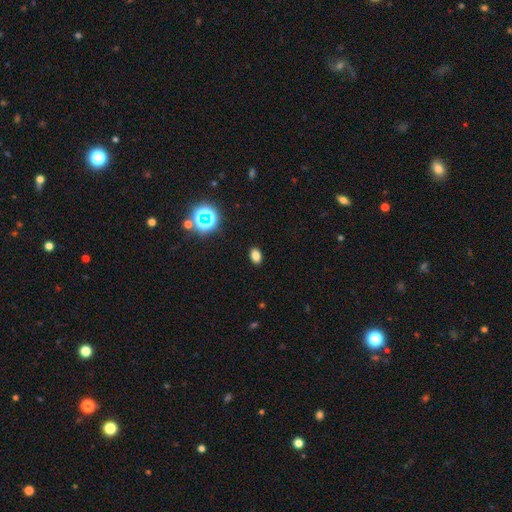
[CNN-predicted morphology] Q: Smooth or featured?
A: smooth (77%); runner-up: star or artifact (17%)
Q: How rounded?
A: in between (81%); runner-up: round (18%)
Q: Merging?
A: none (89%); runner-up: minor disturbance (7%)